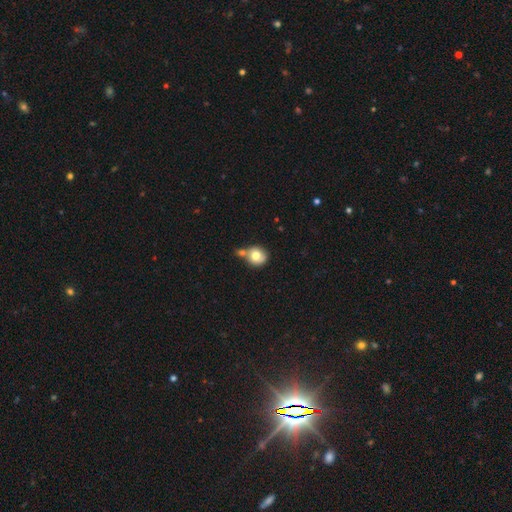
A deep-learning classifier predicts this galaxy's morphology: Smooth or featured: smooth — 75% (featured or disk — 17%)
How rounded: round — 84% (in between — 15%)
Merging: none — 46% (merger — 35%)